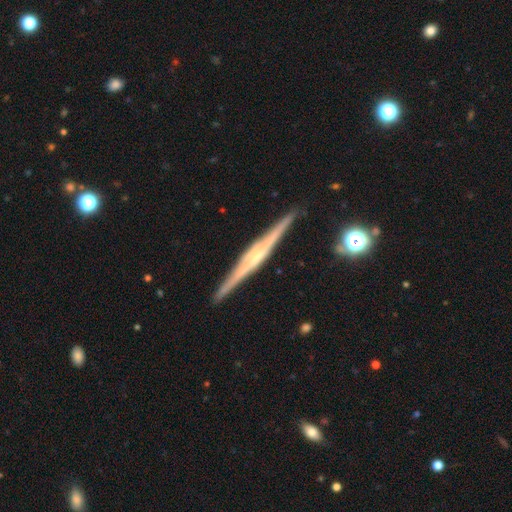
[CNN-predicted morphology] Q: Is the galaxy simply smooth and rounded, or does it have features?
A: featured or disk — 84%.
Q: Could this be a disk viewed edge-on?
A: yes — 98%.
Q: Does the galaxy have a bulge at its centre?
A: rounded — 48%.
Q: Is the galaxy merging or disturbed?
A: none — 91%.